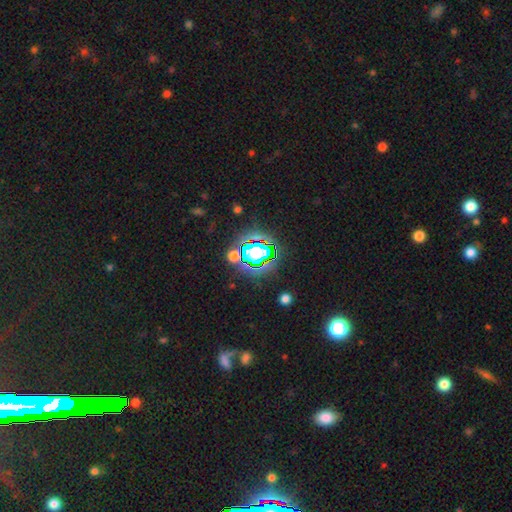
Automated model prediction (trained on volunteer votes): Smooth or featured? star or artifact (79%)